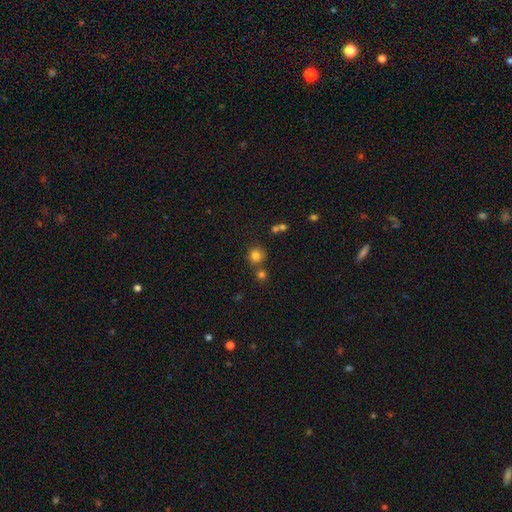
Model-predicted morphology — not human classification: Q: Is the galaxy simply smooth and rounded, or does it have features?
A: smooth — 79%.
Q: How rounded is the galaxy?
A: round — 90%.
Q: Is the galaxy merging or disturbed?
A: none — 69%.